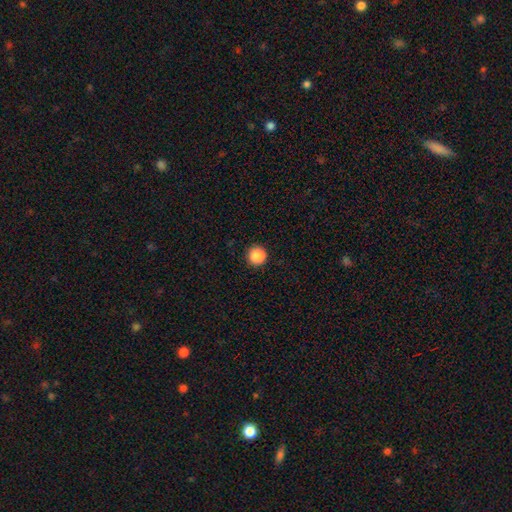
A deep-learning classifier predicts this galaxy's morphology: smooth 87%, star or artifact 10%, featured or disk 3%. Down the decision tree: how rounded — round (91%); merging — none (89%).